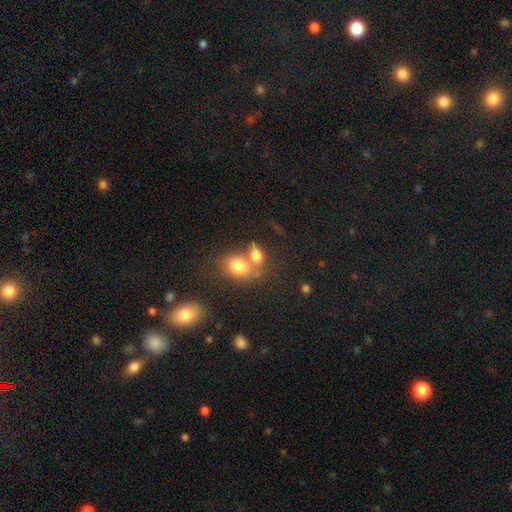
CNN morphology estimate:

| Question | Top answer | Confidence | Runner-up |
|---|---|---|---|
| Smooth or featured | smooth | 75% | featured or disk (13%) |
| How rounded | in between | 65% | round (32%) |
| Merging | merger | 51% | none (33%) |